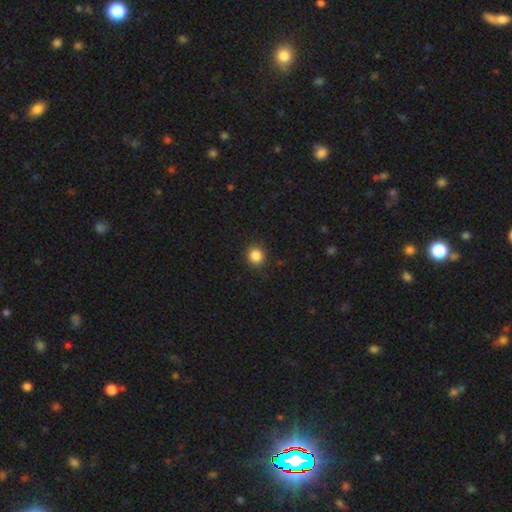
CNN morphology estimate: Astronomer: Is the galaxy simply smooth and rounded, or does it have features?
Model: smooth — 86%.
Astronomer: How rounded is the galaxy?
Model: round — 90%.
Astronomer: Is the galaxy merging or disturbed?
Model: none — 91%.